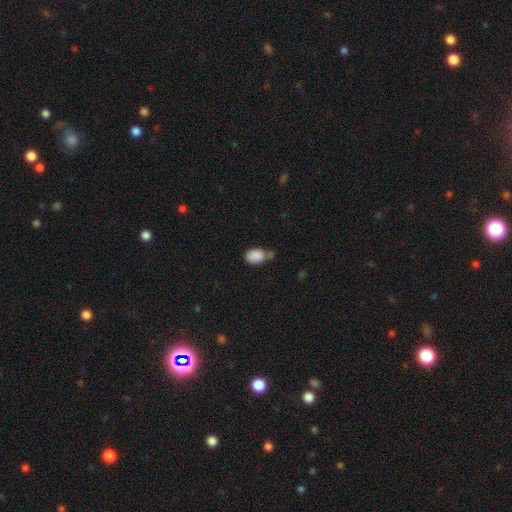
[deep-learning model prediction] Q: Smooth or featured?
A: smooth (88%); runner-up: star or artifact (8%)
Q: How rounded?
A: in between (80%); runner-up: round (19%)
Q: Merging?
A: none (50%); runner-up: minor disturbance (26%)